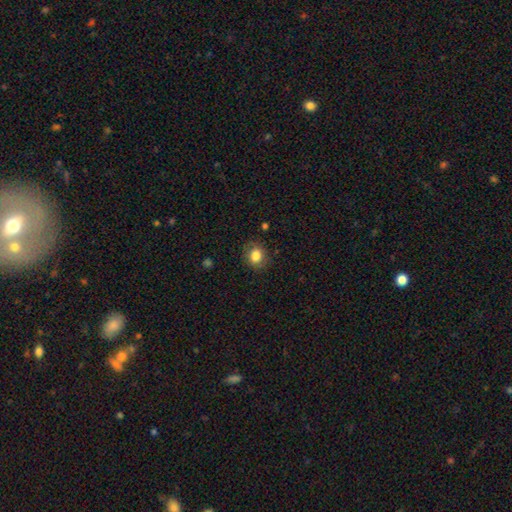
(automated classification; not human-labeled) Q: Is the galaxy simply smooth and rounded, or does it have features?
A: smooth — 81%.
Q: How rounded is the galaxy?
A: round — 62%.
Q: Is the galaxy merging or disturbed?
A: none — 81%.